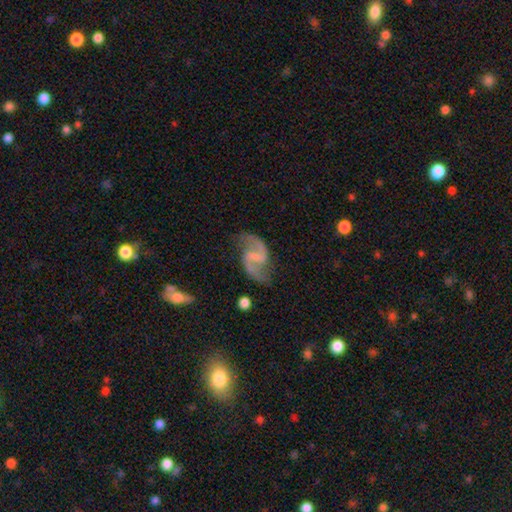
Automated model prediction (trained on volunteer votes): smooth-or-featured: featured or disk: 90% | smooth: 6% | star or artifact: 5%
  disk-edge-on: no: 98% | yes: 2%
    bar: weak: 53% | strong: 26% | no: 20%
    has-spiral-arms: yes: 97% | no: 3%
      spiral-winding: loose: 51% | medium: 42% | tight: 7%
      spiral-arm-count: 2: 94% | can't tell: 2% | 1: 1% | 3: 1% | 4: 1% | more than 4: 1%
    bulge-size: small: 49% | none: 33% | moderate: 15% | large: 2% | dominant: 1%
  merging: none: 77% | minor disturbance: 14% | major disturbance: 6% | merger: 2%